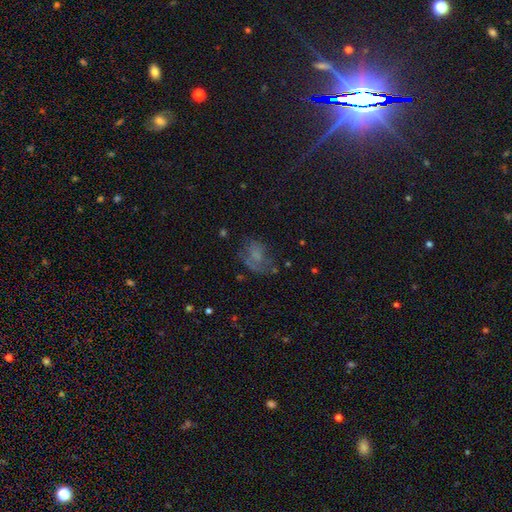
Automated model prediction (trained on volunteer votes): smooth-or-featured: smooth: 46% | featured or disk: 33% | star or artifact: 20%
  merging: none: 43% | major disturbance: 29% | minor disturbance: 24% | merger: 4%